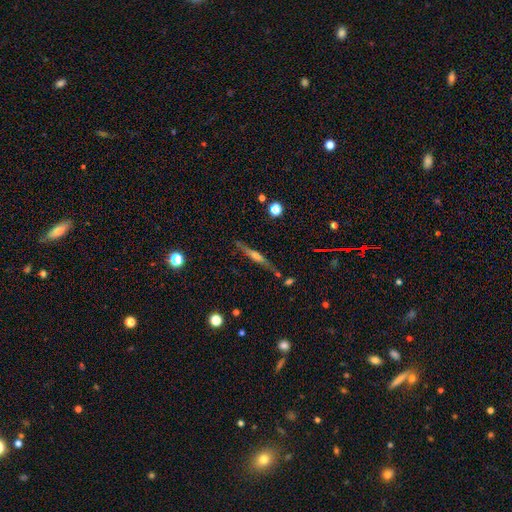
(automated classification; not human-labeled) A featured or disk galaxy (66%) viewed edge-on (96%) with a rounded central bulge (62%).

Vote fractions:
- Smooth or featured? featured or disk: 66% / smooth: 25% / star or artifact: 10%
- Edge-on disk? yes: 96% / no: 4%
- Edge-on bulge? rounded: 62% / none: 20% / boxy: 18%
- Merging? none: 82% / minor disturbance: 11% / merger: 4% / major disturbance: 3%